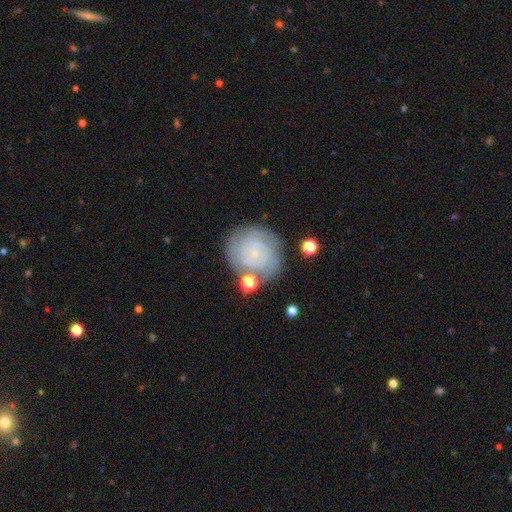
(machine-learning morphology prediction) Q: Smooth or featured?
A: featured or disk (55%); runner-up: smooth (30%)
Q: Edge-on disk?
A: no (97%); runner-up: yes (3%)
Q: Bar?
A: no (75%); runner-up: weak (20%)
Q: Spiral arms?
A: yes (86%); runner-up: no (14%)
Q: Bulge size?
A: small (74%); runner-up: none (13%)
Q: Merging?
A: none (73%); runner-up: minor disturbance (15%)